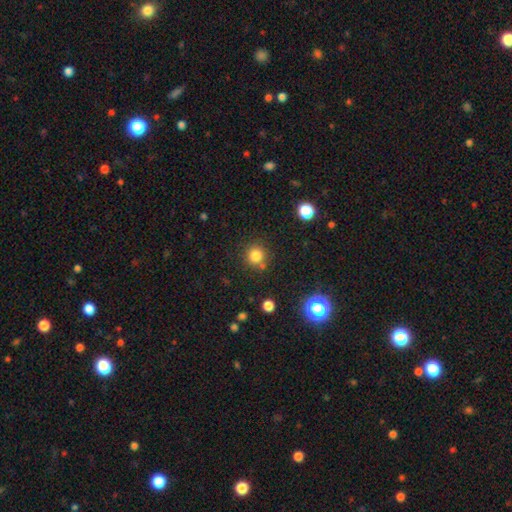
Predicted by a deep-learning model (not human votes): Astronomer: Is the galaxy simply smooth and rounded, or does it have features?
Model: smooth — 81%.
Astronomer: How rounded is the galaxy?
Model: round — 92%.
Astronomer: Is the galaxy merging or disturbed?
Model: none — 81%.